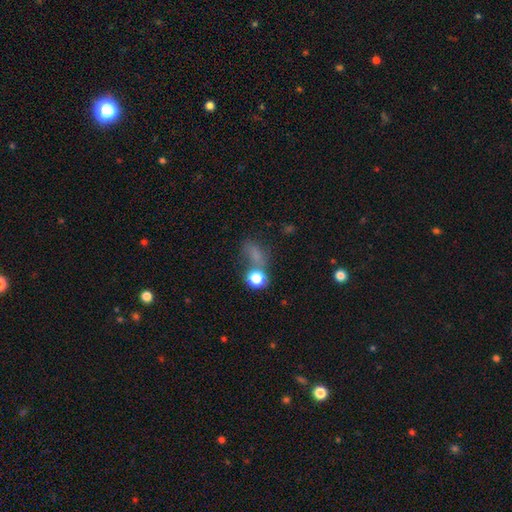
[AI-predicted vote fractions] The model was most divided on "how rounded": in between: 56%, round: 38%, cigar-shaped: 6%. Remaining: smooth or featured — smooth (66%); merging — none (45%).